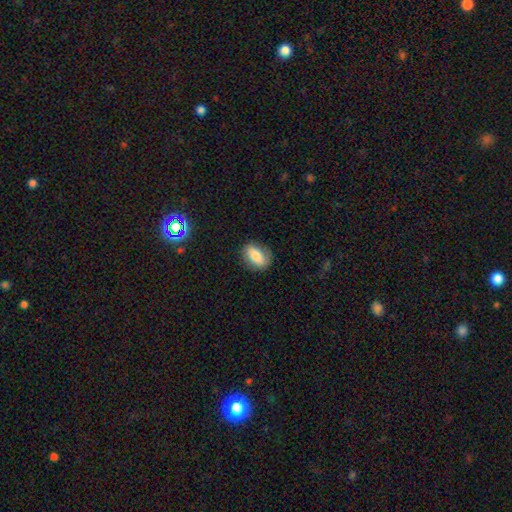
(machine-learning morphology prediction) Overall: smooth (73%). How rounded: in between (82%). Merging: none (81%).